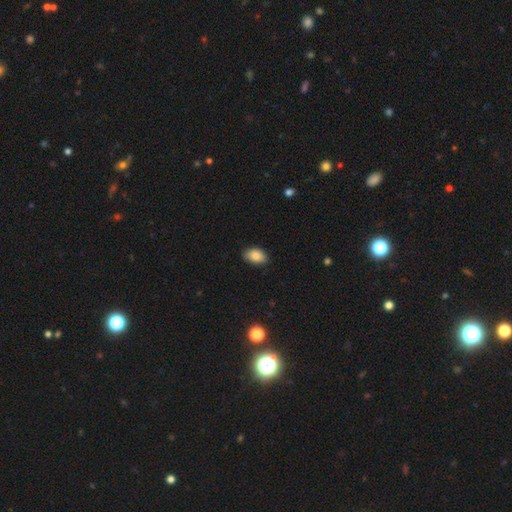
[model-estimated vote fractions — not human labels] This is clearly a smooth galaxy (87%). How rounded: clearly in between (89%). Merging: clearly none (82%).